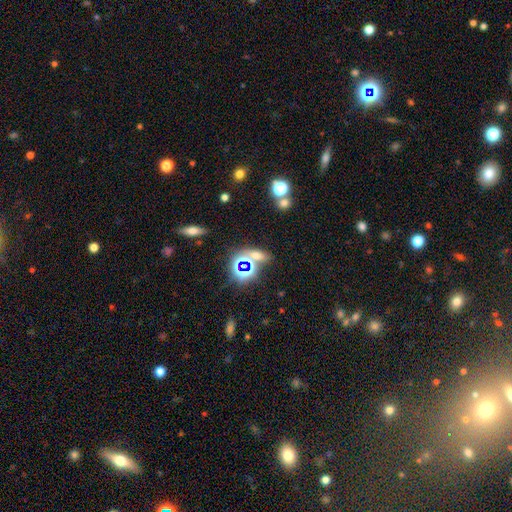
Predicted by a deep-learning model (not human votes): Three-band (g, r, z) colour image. It shows a star or artifact, not a galaxy (46%).